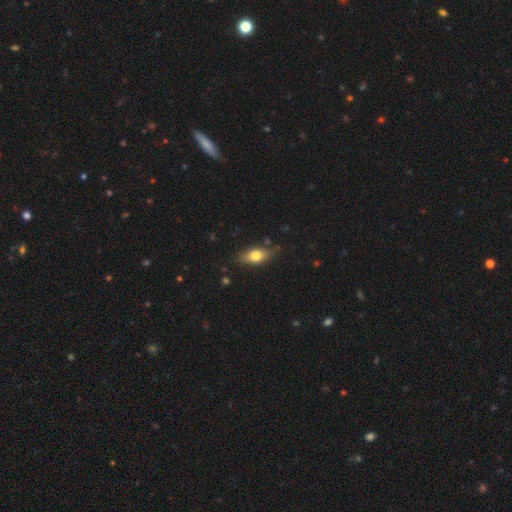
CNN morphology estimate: Smooth or featured: smooth — 74% (featured or disk — 18%)
How rounded: in between — 81% (cigar-shaped — 11%)
Merging: none — 76% (minor disturbance — 18%)